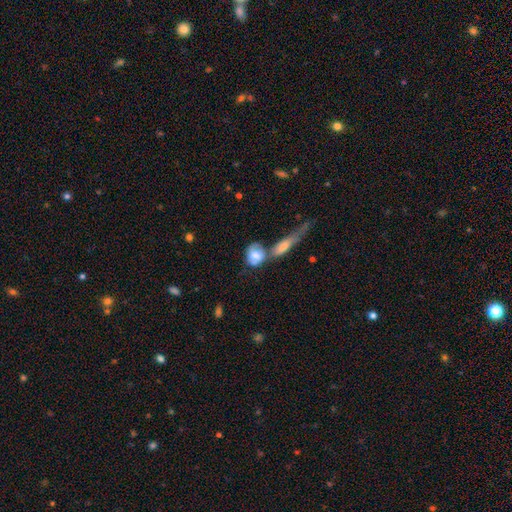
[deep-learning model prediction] Smooth or featured? Predicted: smooth (p=0.65). How rounded? Predicted: in between (p=0.48). Merging? Predicted: merger (p=0.45).